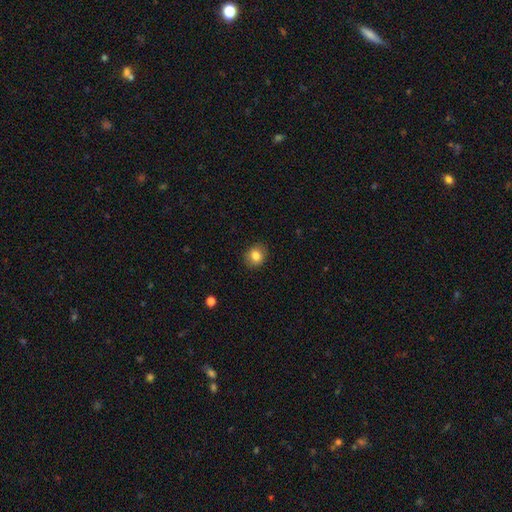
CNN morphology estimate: type=smooth (83%); roundness=round (66%); merging=none (88%).